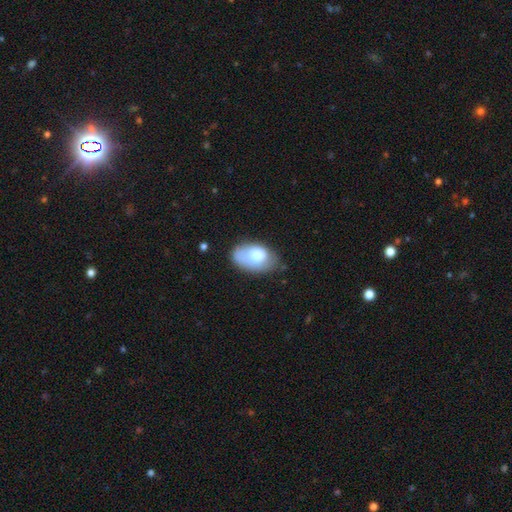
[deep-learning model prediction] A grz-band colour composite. It shows a smooth galaxy with no disk features (75%) that is in between round and cigar-shaped (91%). Merging: none (52%).